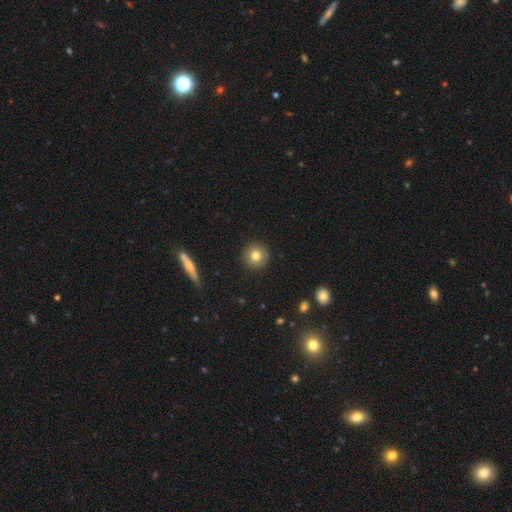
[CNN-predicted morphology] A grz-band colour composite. It shows a smooth galaxy with no disk features (80%) that is round (95%). Merging: none (92%).